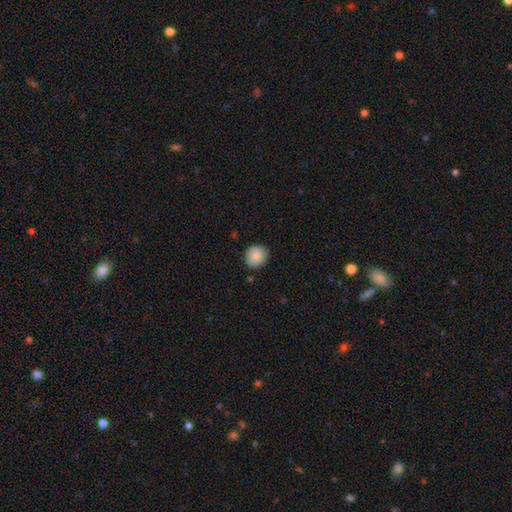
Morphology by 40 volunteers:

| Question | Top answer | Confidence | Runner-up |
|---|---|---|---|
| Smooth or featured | smooth | 95% | featured or disk (2%) |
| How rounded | round | 92% | in between (8%) |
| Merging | none | 72% | minor disturbance (21%) |